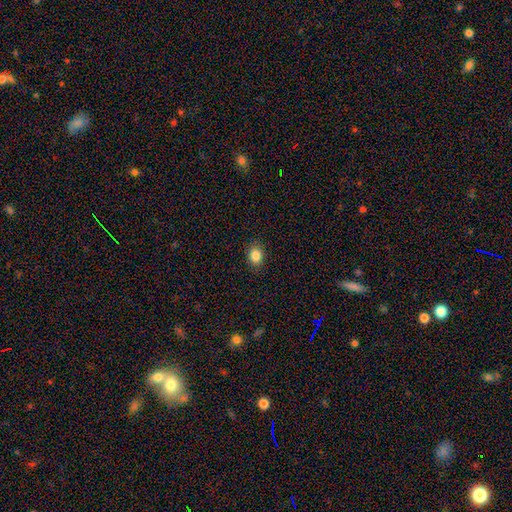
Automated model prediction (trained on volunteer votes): A smooth galaxy with no disk features (86%) that is in between round and cigar-shaped (57%). Merging: none (89%).